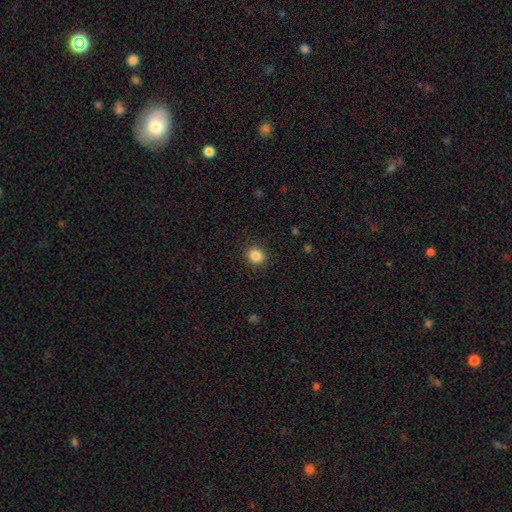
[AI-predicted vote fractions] smooth-or-featured: smooth: 86% | star or artifact: 10% | featured or disk: 4%
  how-rounded: round: 76% | in between: 23% | cigar-shaped: 1%
  merging: none: 90% | minor disturbance: 7% | major disturbance: 2% | merger: 1%